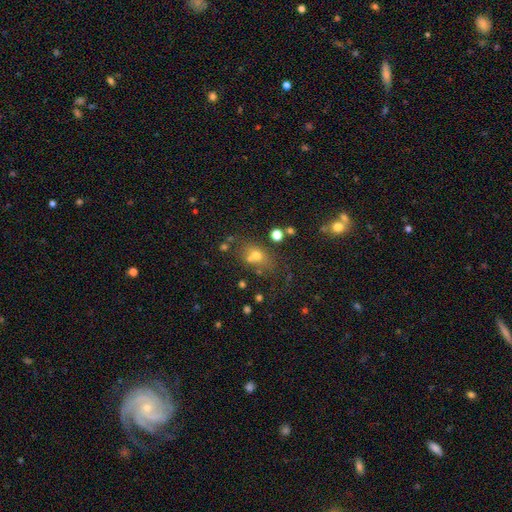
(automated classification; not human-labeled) Overall: smooth (64%). How rounded: in between (54%; round 43%). Merging: none (54%; merger 24%).